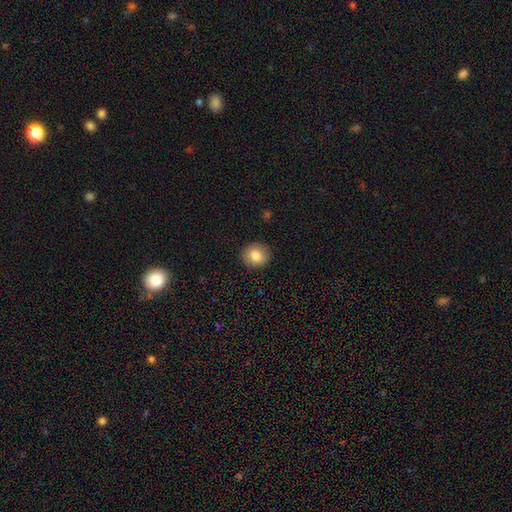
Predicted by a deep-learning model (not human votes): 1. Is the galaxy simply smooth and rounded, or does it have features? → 82% smooth, 10% featured or disk, 9% star or artifact.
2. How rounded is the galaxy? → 82% round, 17% in between, 1% cigar-shaped.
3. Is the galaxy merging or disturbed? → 91% none, 6% minor disturbance, 2% major disturbance, 1% merger.